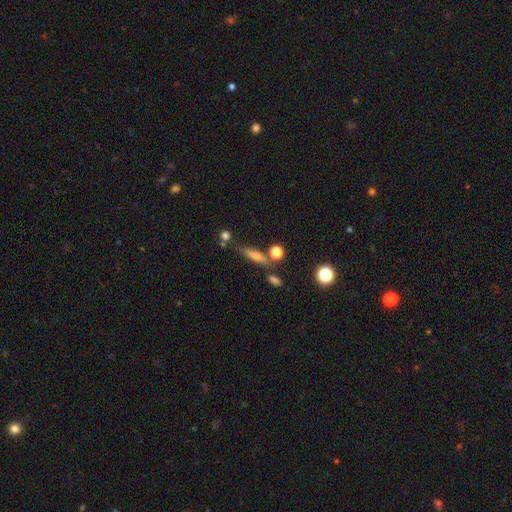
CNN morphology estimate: Q: Smooth or featured?
A: smooth (48%); runner-up: featured or disk (34%)
Q: Merging?
A: none (72%); runner-up: minor disturbance (12%)